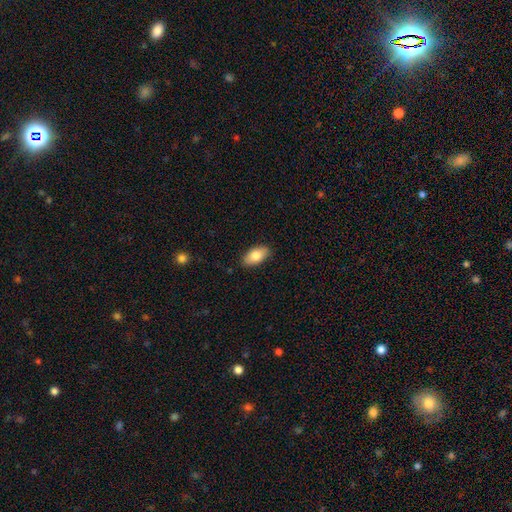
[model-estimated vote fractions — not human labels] smooth_or_featured: smooth (p=0.80) [alt: featured or disk p=0.13]
how_rounded: in between (p=0.92) [alt: round p=0.04]
merging: none (p=0.87) [alt: minor disturbance p=0.10]